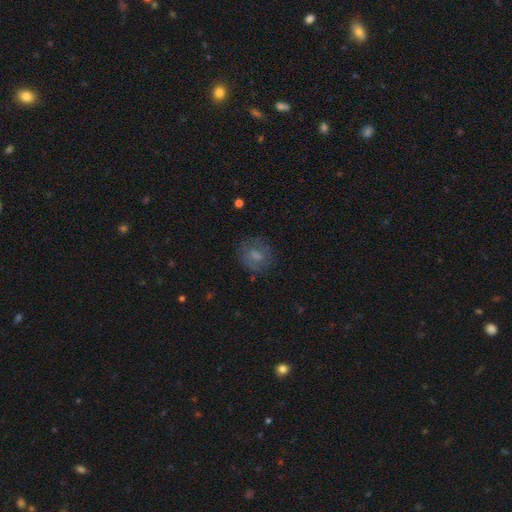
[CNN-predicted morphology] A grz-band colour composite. It shows a smooth galaxy with no disk features (63%) that is round (70%). Merging: none (72%).